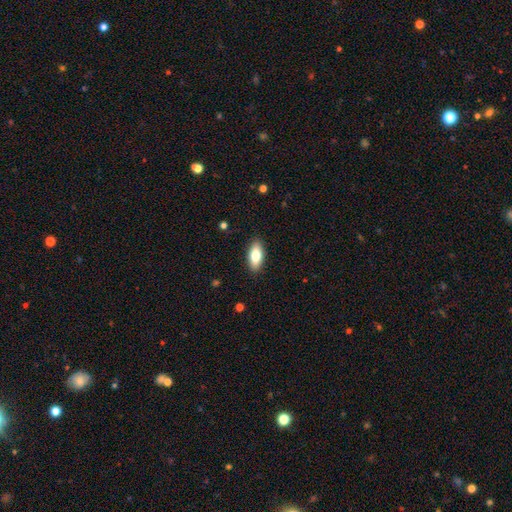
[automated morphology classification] type=smooth (78%); roundness=in between (85%); merging=none (89%).